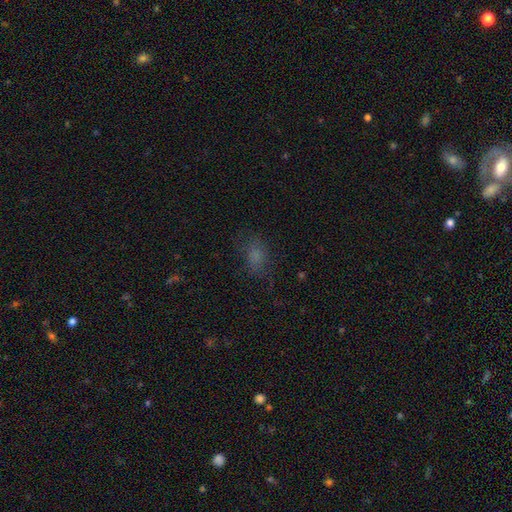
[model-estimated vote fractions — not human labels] Smooth or featured? smooth (70%)
How rounded? in between (73%)
Merging? none (65%)